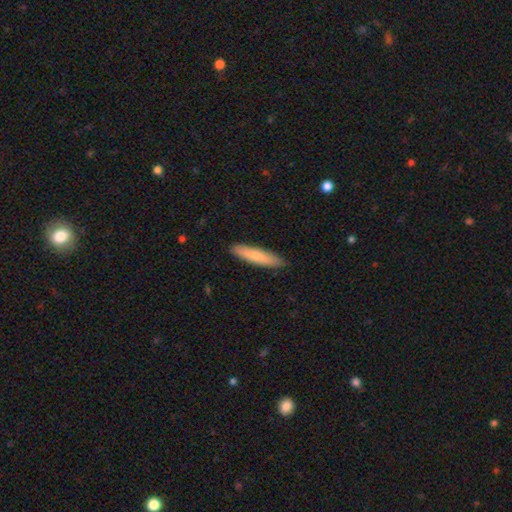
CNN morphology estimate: Smooth or featured? smooth (75%)
How rounded? cigar-shaped (84%)
Merging? none (89%)